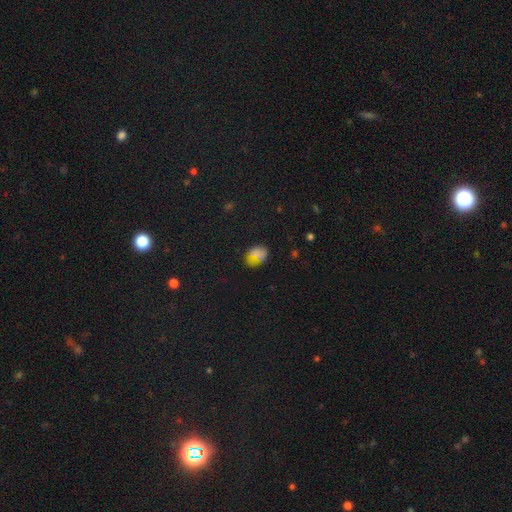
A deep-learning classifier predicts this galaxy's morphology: type=smooth (70%); roundness=in between (71%); merging=none (69%).